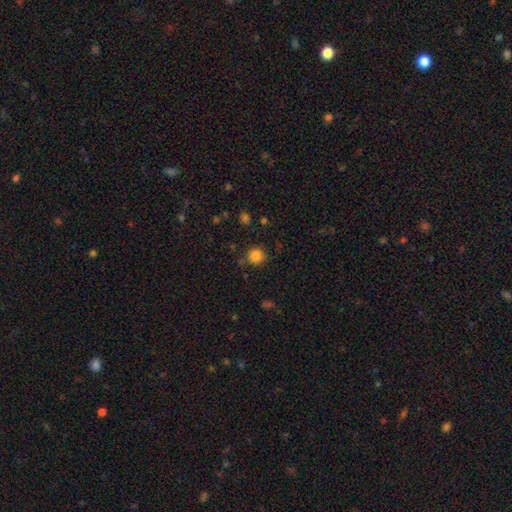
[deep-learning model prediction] Smooth or featured?
  - smooth: 84% *
  - star or artifact: 12%
  - featured or disk: 5%
How rounded?
  - round: 92% *
  - in between: 7%
  - cigar-shaped: 1%
Merging?
  - none: 84% *
  - minor disturbance: 10%
  - merger: 4%
  - major disturbance: 3%